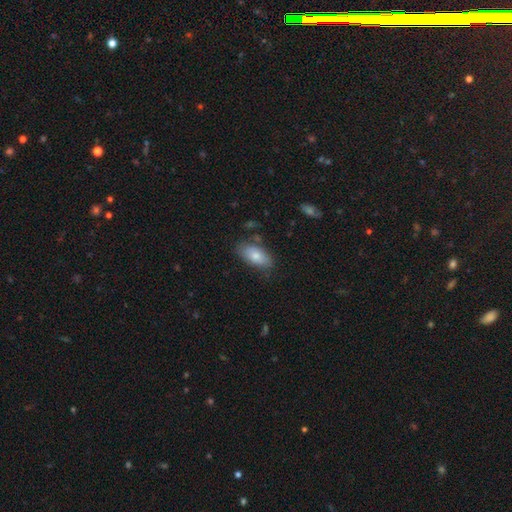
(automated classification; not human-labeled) smooth_or_featured: smooth (p=0.78) [alt: featured or disk p=0.15]
how_rounded: in between (p=0.91) [alt: cigar-shaped p=0.06]
merging: none (p=0.73) [alt: minor disturbance p=0.19]